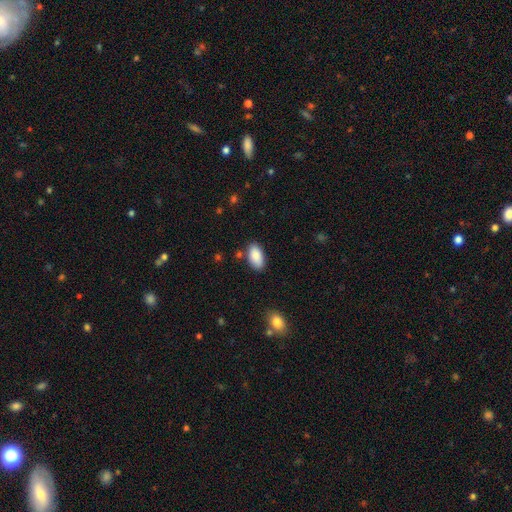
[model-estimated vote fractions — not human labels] Smooth or featured? smooth (88%)
How rounded? in between (94%)
Merging? none (82%)